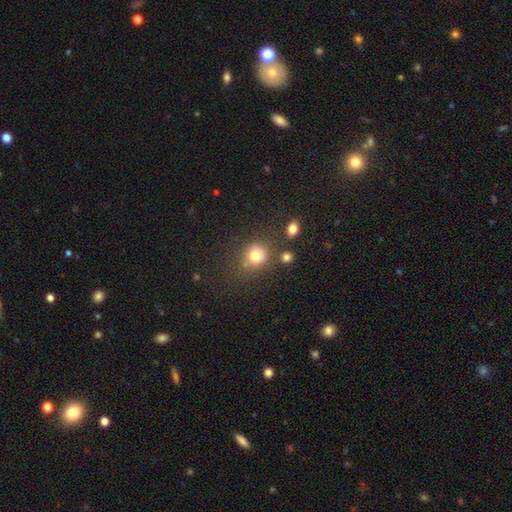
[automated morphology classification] Smooth or featured? Predicted: smooth (p=0.75). How rounded? Predicted: round (p=0.83). Merging? Predicted: none (p=0.65).